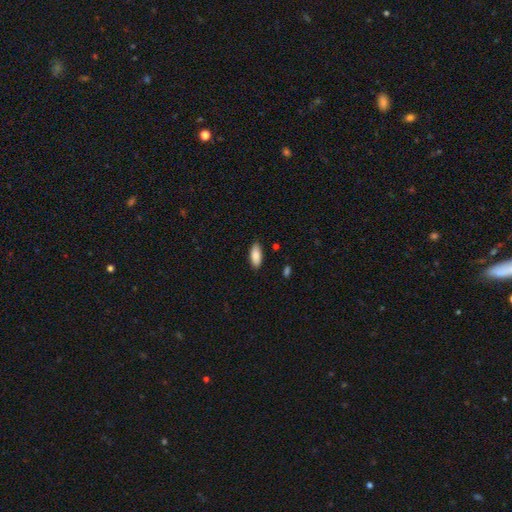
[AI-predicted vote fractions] The model was most divided on "how rounded": in between: 87%, cigar-shaped: 11%, round: 2%. More confident: smooth or featured — smooth (87%); merging — none (87%).